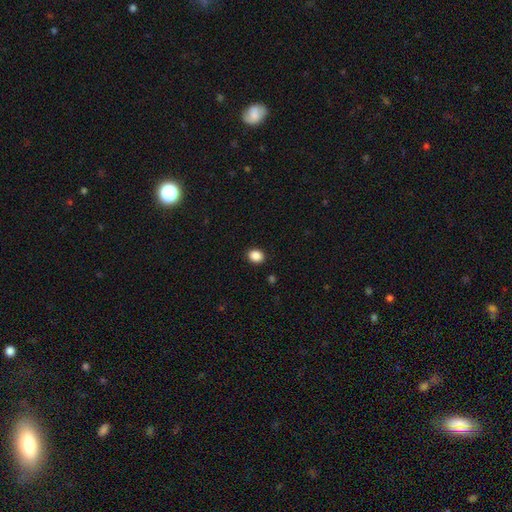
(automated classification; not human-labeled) A smooth galaxy with no disk features (88%) that is round (50%). Merging: none (91%).